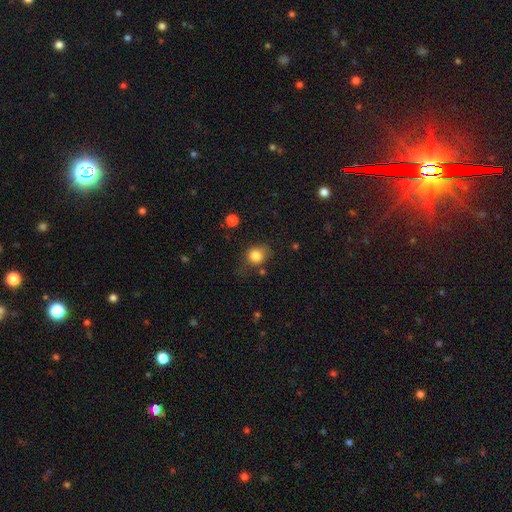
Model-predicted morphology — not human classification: Smooth or featured: smooth — 82% (star or artifact — 10%)
How rounded: round — 68% (in between — 31%)
Merging: none — 60% (minor disturbance — 26%)